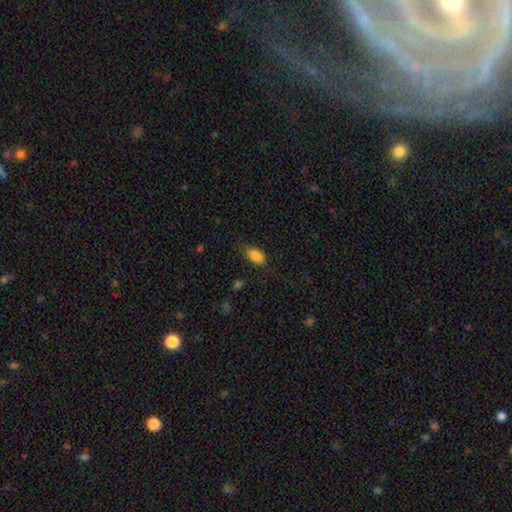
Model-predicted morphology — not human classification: Smooth or featured? smooth (86%)
How rounded? in between (91%)
Merging? none (74%)